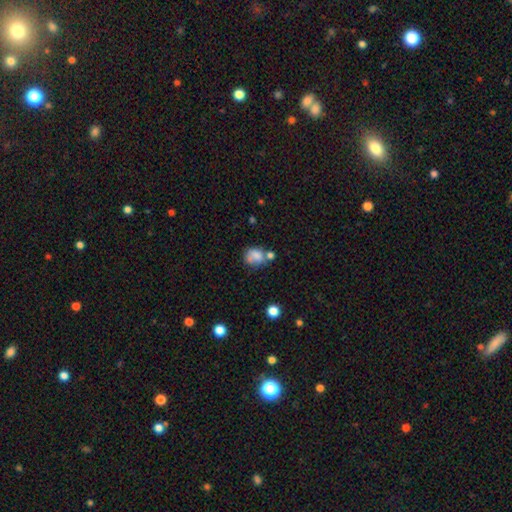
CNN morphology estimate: Overall: smooth (74%). How rounded: round (55%; in between 44%). Merging: none (39%; merger 29%).